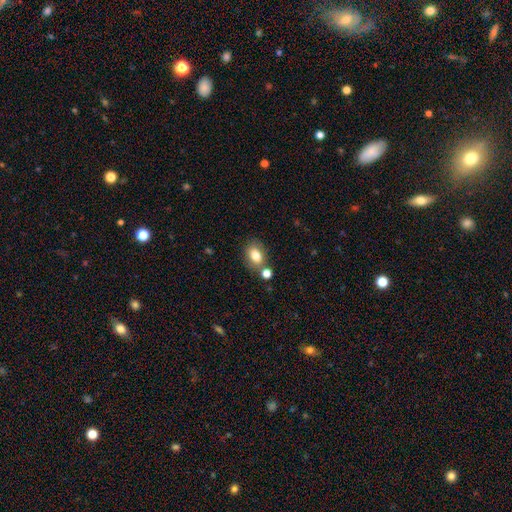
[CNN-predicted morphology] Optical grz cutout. It shows a smooth galaxy with no disk features (79%) that is in between round and cigar-shaped (69%). Merging: none (67%).